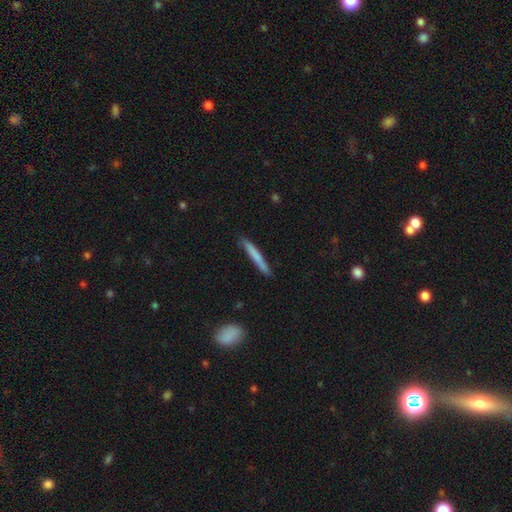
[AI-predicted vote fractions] A smooth galaxy with no disk features (70%) that is cigar-shaped (96%).

Vote fractions:
- Smooth or featured? smooth: 70% / featured or disk: 25% / star or artifact: 5%
- How rounded? cigar-shaped: 96% / in between: 3% / round: 1%
- Merging? none: 86% / minor disturbance: 11% / major disturbance: 2% / merger: 2%